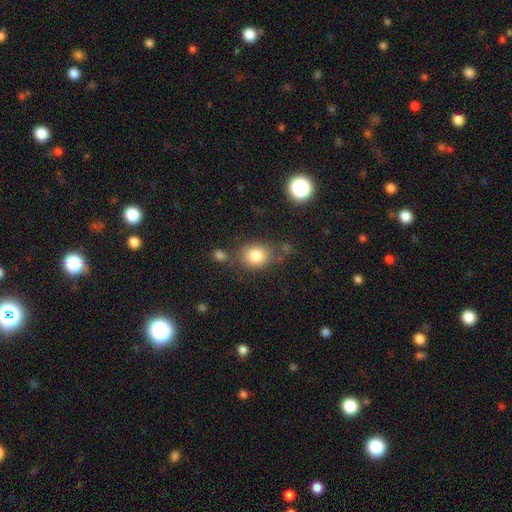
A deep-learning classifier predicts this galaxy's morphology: Smooth or featured?
  - smooth: 82% *
  - star or artifact: 10%
  - featured or disk: 8%
How rounded?
  - round: 62% *
  - in between: 37%
  - cigar-shaped: 1%
Merging?
  - none: 70% *
  - minor disturbance: 16%
  - merger: 9%
  - major disturbance: 5%